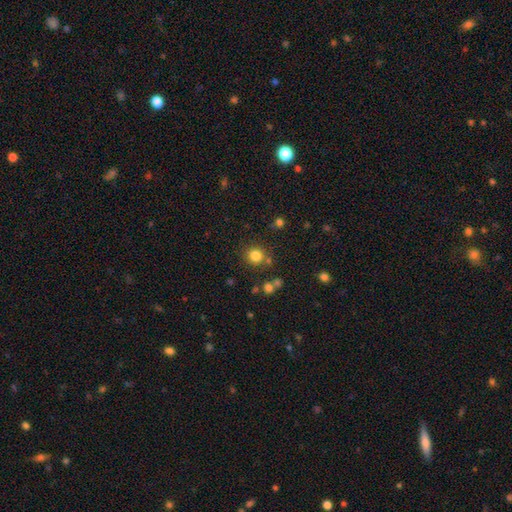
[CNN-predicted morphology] The model was most divided on "smooth or featured": smooth: 81%, star or artifact: 14%, featured or disk: 5%. More confident: how rounded — round (92%); merging — none (81%).